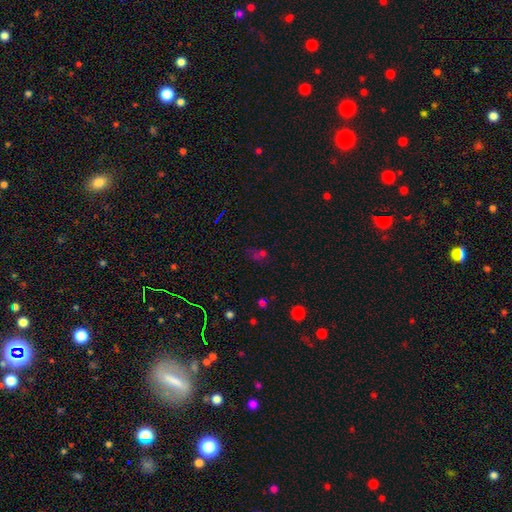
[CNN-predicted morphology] A star or artifact, not a galaxy (53%).